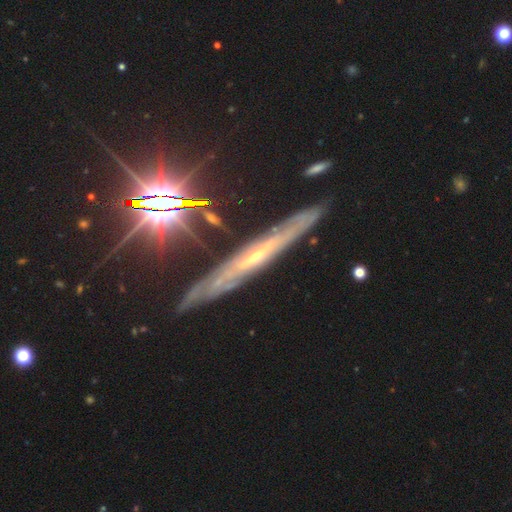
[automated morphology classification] Q: Smooth or featured?
A: featured or disk (75%); runner-up: star or artifact (15%)
Q: Edge-on disk?
A: yes (79%); runner-up: no (21%)
Q: Edge-on bulge?
A: rounded (51%); runner-up: none (44%)
Q: Merging?
A: none (80%); runner-up: minor disturbance (15%)